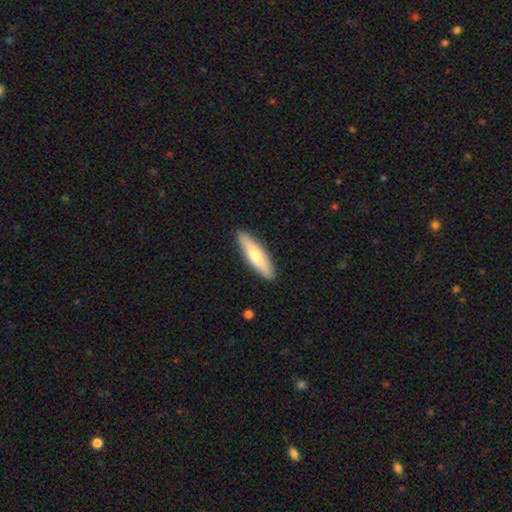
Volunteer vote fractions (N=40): smooth-or-featured: smooth: 55% | featured or disk: 42% | star or artifact: 2%
  how-rounded: in between: 50% | cigar-shaped: 45% | round: 5%
  merging: none: 92% | major disturbance: 5% | minor disturbance: 3% | merger: 0%